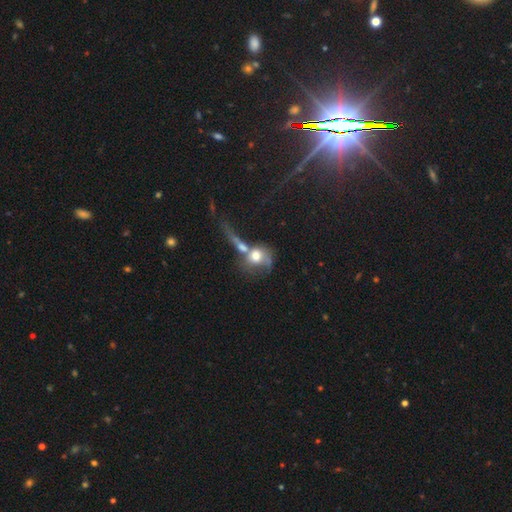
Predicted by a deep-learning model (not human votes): This is possibly a smooth galaxy (57%). How rounded: possibly round (57%). Merging: possibly merger (58%).